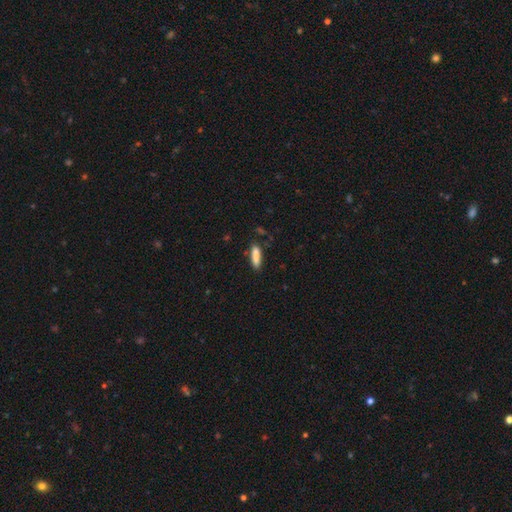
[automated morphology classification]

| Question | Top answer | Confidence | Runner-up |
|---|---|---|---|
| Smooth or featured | smooth | 86% | featured or disk (7%) |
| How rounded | cigar-shaped | 70% | in between (28%) |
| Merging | none | 78% | minor disturbance (15%) |